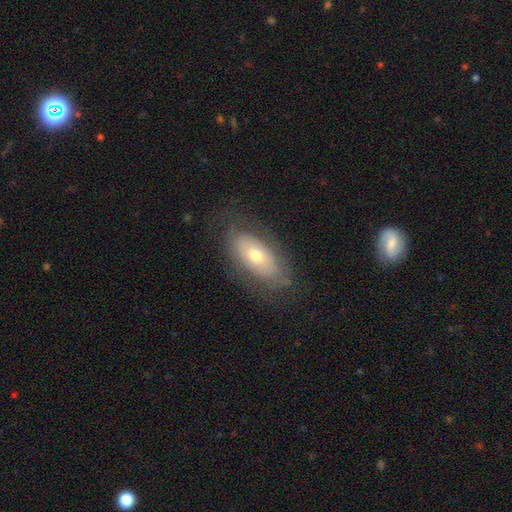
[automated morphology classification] Overall: smooth (50%; featured or disk 43%). Merging: none (73%).